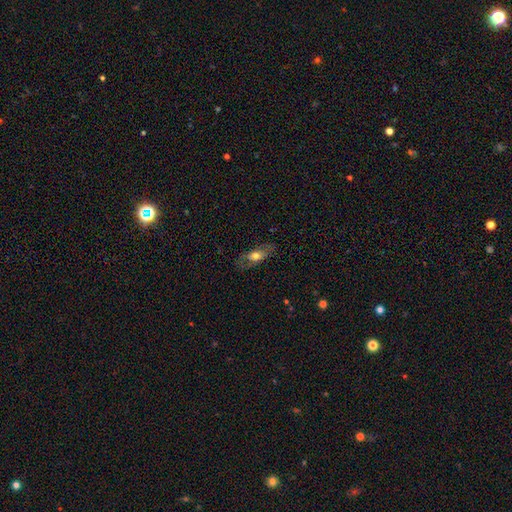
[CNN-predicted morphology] A smooth galaxy with no disk features (54%) that is in between round and cigar-shaped (75%). Merging: none (70%).